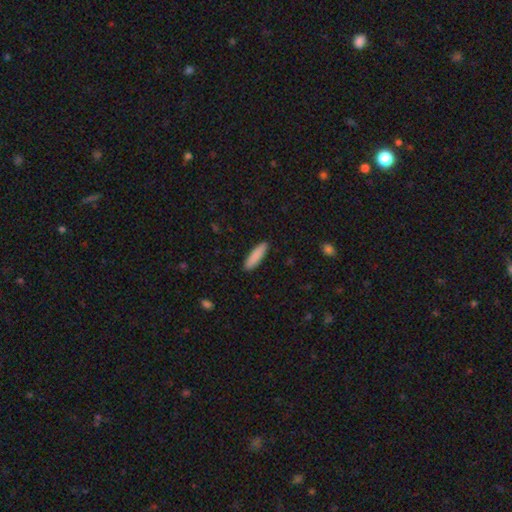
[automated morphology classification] smooth-or-featured: smooth: 88% | featured or disk: 6% | star or artifact: 6%
  how-rounded: cigar-shaped: 68% | in between: 31% | round: 1%
  merging: none: 90% | minor disturbance: 7% | major disturbance: 2% | merger: 1%